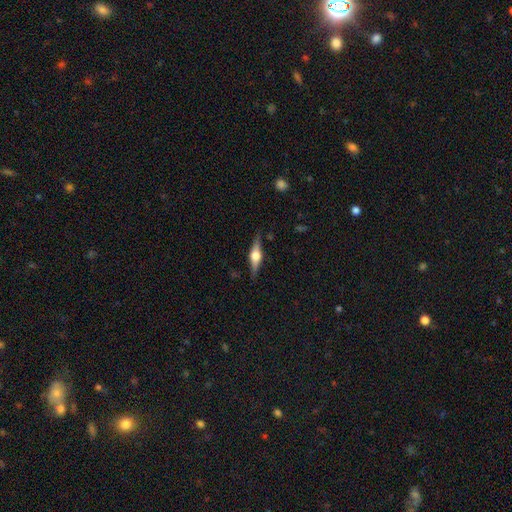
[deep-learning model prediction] Smooth or featured? featured or disk (73%)
Edge-on disk? yes (97%)
Edge-on bulge? rounded (93%)
Merging? none (85%)